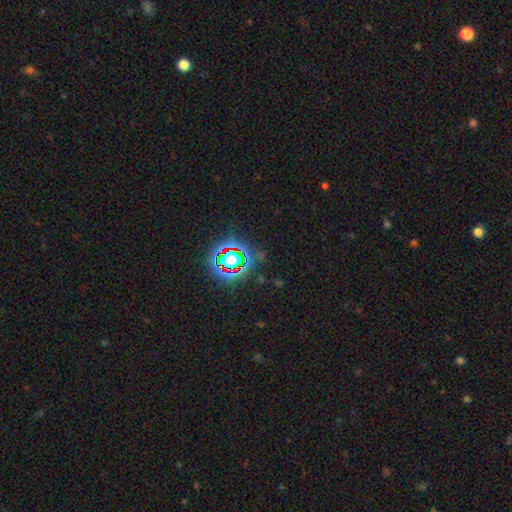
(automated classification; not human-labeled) This is likely a star or artifact rather than a galaxy (79%).